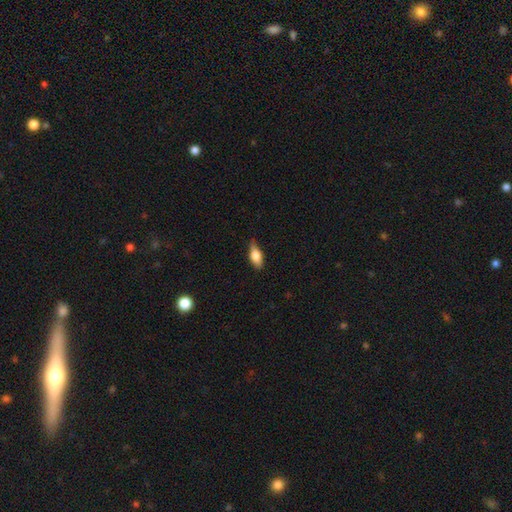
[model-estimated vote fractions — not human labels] A smooth galaxy with no disk features (68%) that is in between round and cigar-shaped (79%). Merging: none (71%).